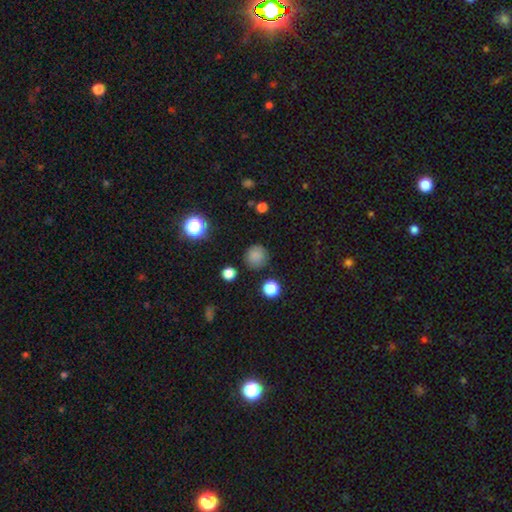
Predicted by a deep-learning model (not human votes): Smooth or featured? Predicted: smooth (p=0.81). How rounded? Predicted: round (p=0.92). Merging? Predicted: none (p=0.84).